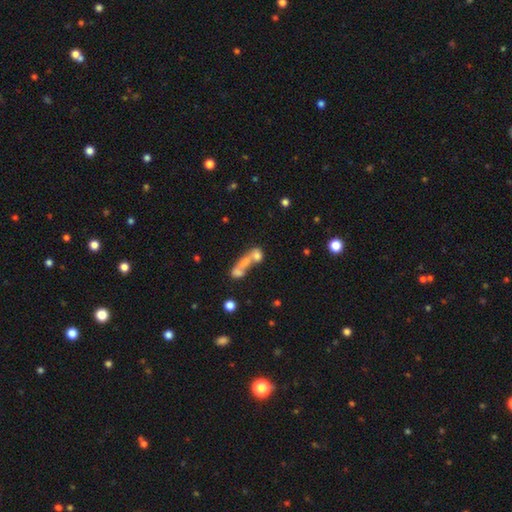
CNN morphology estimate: A smooth galaxy with no disk features (62%) that is in between round and cigar-shaped (46%). Merging: merger (65%).